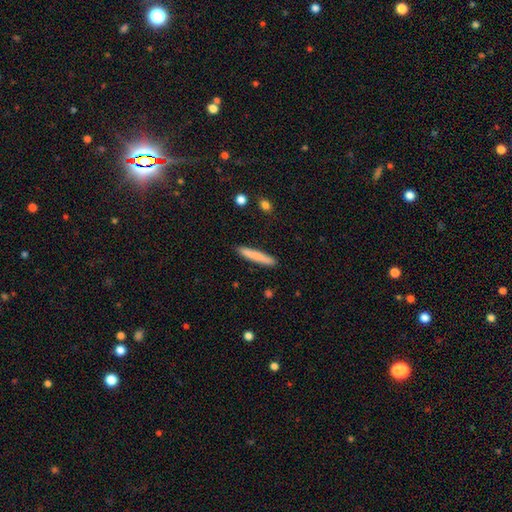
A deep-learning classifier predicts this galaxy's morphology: Smooth or featured: smooth — 79% (featured or disk — 15%)
How rounded: cigar-shaped — 94% (in between — 5%)
Merging: none — 90% (minor disturbance — 7%)